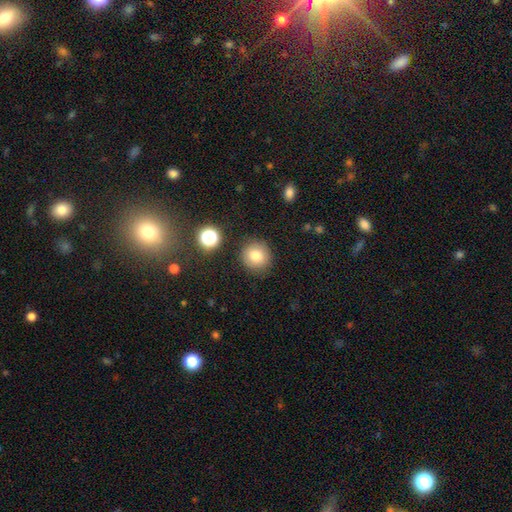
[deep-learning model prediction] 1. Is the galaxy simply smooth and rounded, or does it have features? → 78% smooth, 12% star or artifact, 10% featured or disk.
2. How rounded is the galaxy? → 91% round, 8% in between, 1% cigar-shaped.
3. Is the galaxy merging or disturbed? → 86% none, 8% minor disturbance, 3% major disturbance, 2% merger.